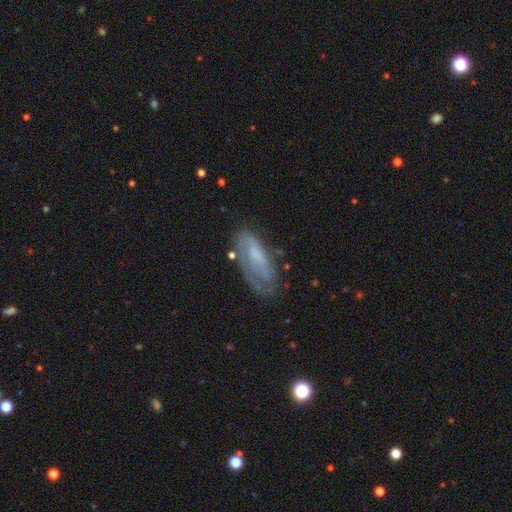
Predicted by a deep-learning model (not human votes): A featured or disk galaxy (46%, tied with smooth). Merging: none (54%).